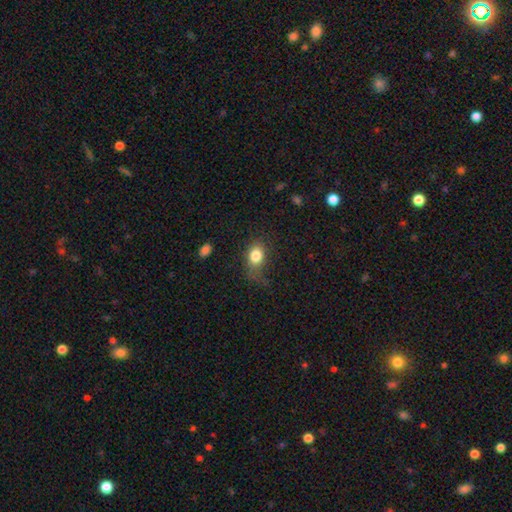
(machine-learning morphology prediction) smooth_or_featured: smooth (p=0.81) [alt: featured or disk p=0.10]
how_rounded: in between (p=0.63) [alt: round p=0.35]
merging: none (p=0.48) [alt: minor disturbance p=0.27]